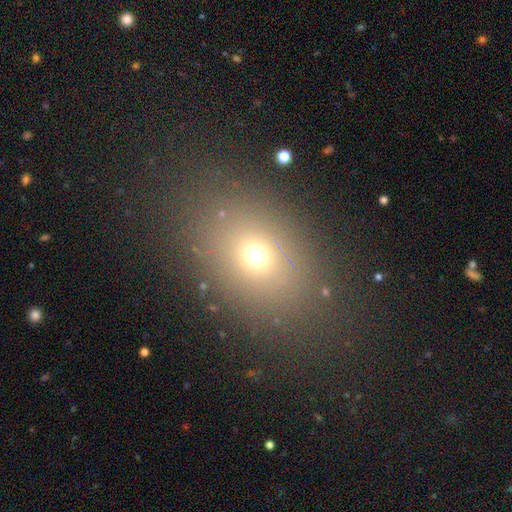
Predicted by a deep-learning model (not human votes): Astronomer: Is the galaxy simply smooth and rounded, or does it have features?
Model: smooth — 68%.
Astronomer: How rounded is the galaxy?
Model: in between — 59% (runner-up: round, 39%).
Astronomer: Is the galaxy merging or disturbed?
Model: none — 80%.